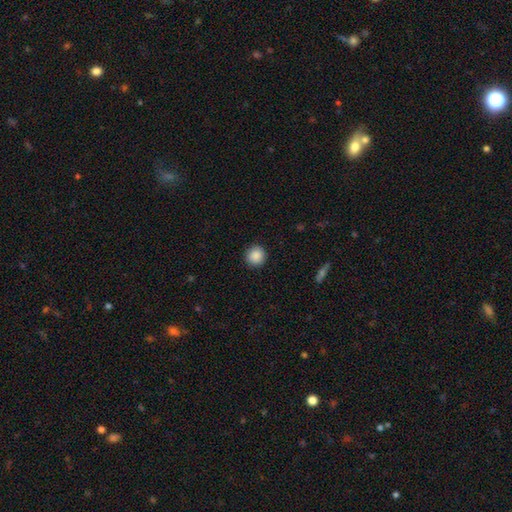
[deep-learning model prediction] Q: Smooth or featured?
A: smooth (88%); runner-up: star or artifact (9%)
Q: How rounded?
A: round (94%); runner-up: in between (5%)
Q: Merging?
A: none (91%); runner-up: minor disturbance (6%)